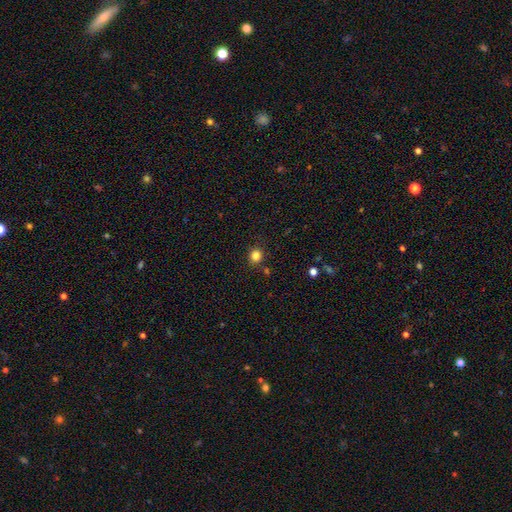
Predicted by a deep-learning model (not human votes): Morphology: type=smooth (83%); roundness=round (86%); merging=none (87%).